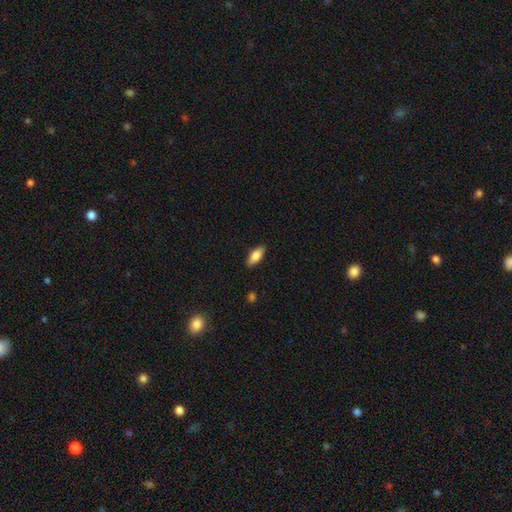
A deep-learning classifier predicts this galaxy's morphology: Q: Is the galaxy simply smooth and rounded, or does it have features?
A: smooth — 78%.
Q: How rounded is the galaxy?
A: in between — 82%.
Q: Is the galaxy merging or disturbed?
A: none — 87%.